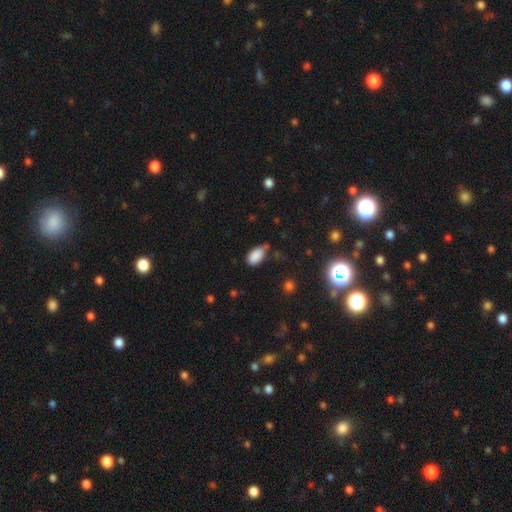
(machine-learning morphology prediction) Q: Smooth or featured?
A: smooth (86%); runner-up: star or artifact (9%)
Q: How rounded?
A: in between (93%); runner-up: round (5%)
Q: Merging?
A: none (54%); runner-up: minor disturbance (33%)